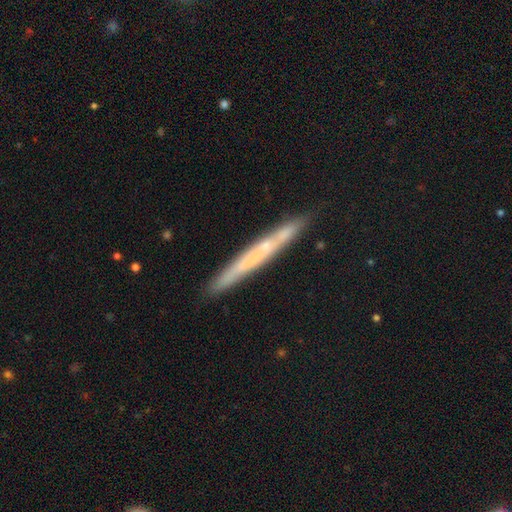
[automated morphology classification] A featured or disk galaxy (53%) viewed edge-on (92%). Merging: none (86%).